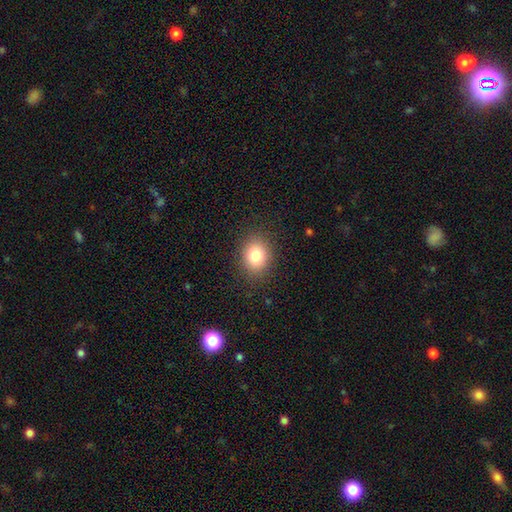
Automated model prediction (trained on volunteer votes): Smooth or featured? smooth (81%)
How rounded? round (55%)
Merging? none (88%)